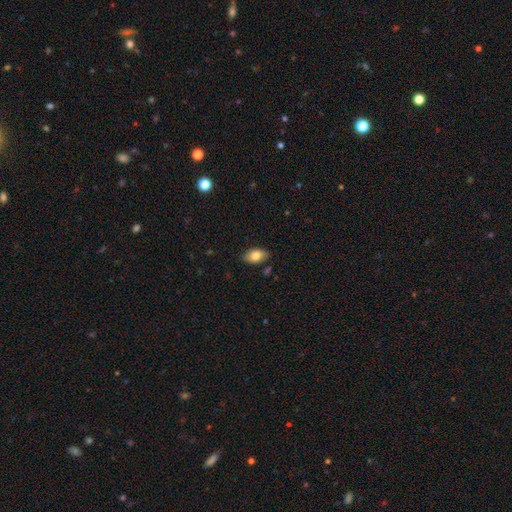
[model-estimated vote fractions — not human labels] This appears to be a smooth galaxy with no disk features (82%) that is in between round and cigar-shaped (92%). Merging: none (82%).